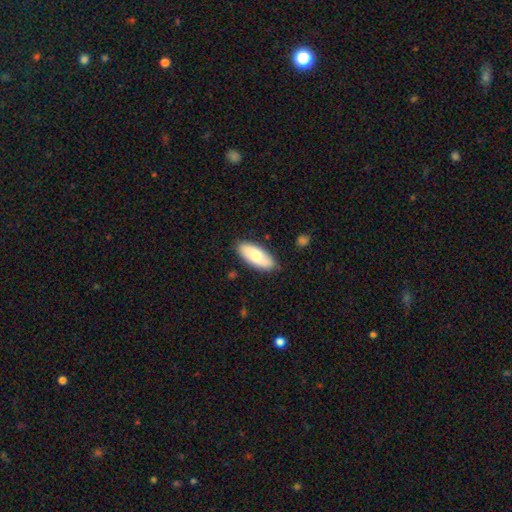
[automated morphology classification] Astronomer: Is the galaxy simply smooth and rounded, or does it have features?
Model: smooth — 69%.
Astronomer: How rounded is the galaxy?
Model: in between — 85%.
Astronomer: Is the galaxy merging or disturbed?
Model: none — 85%.